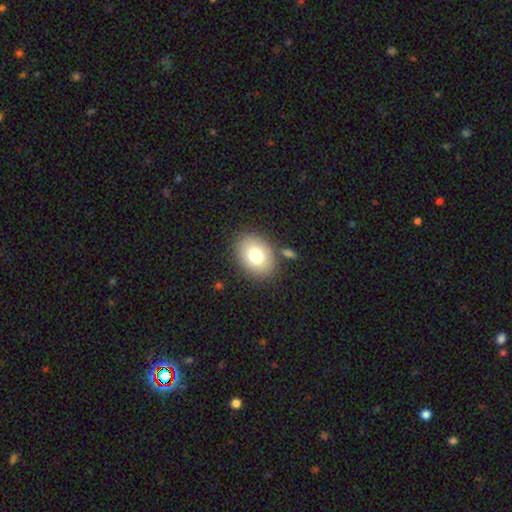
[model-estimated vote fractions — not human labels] Overall: smooth (78%). How rounded: in between (70%). Merging: none (81%).